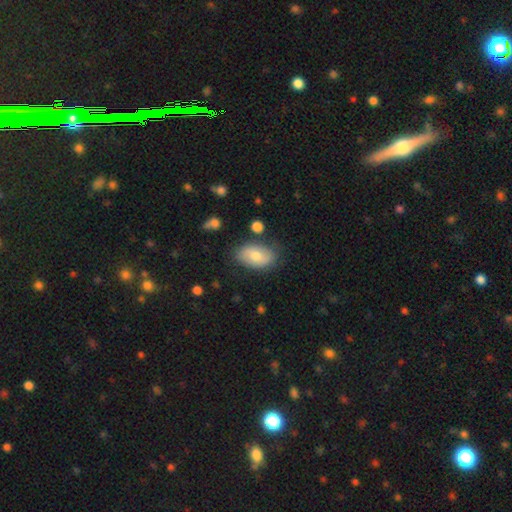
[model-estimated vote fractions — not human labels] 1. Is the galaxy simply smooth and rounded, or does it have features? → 66% smooth, 27% featured or disk, 7% star or artifact.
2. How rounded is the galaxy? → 91% in between, 7% round, 2% cigar-shaped.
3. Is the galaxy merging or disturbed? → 76% none, 17% minor disturbance, 4% major disturbance, 3% merger.